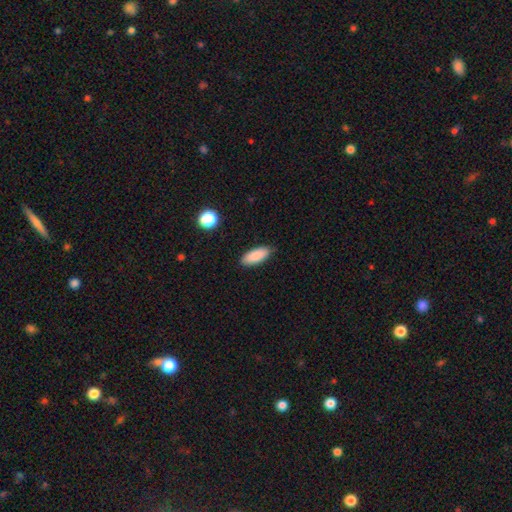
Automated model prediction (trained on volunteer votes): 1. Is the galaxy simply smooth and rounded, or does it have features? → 87% smooth, 7% star or artifact, 6% featured or disk.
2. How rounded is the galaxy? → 81% in between, 17% cigar-shaped, 2% round.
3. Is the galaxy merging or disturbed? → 85% none, 12% minor disturbance, 2% major disturbance, 1% merger.